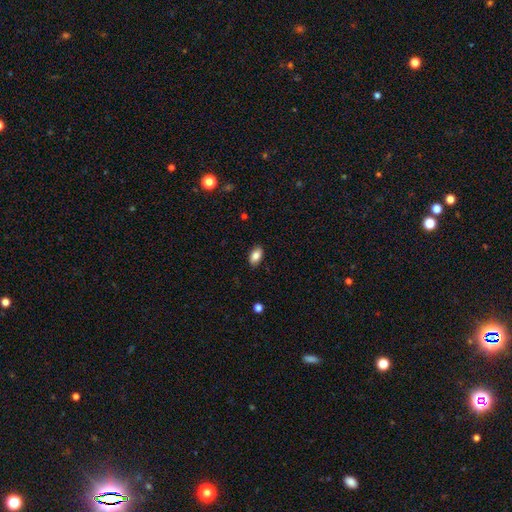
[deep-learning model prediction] Smooth or featured: smooth — 85% (featured or disk — 8%)
How rounded: in between — 92% (round — 6%)
Merging: none — 87% (minor disturbance — 9%)